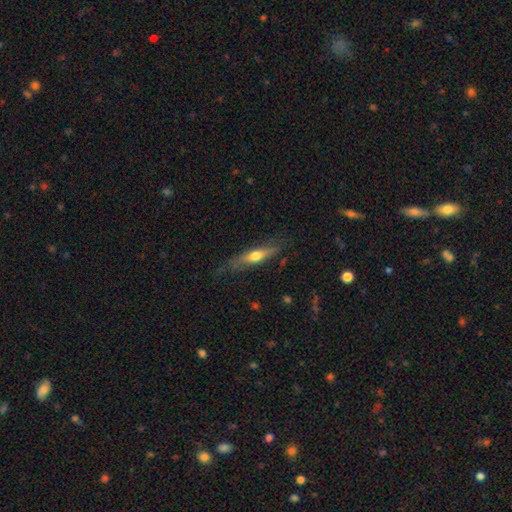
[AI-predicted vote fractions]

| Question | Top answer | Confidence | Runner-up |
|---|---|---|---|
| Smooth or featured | featured or disk | 48% | smooth (46%) |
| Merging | none | 67% | minor disturbance (23%) |